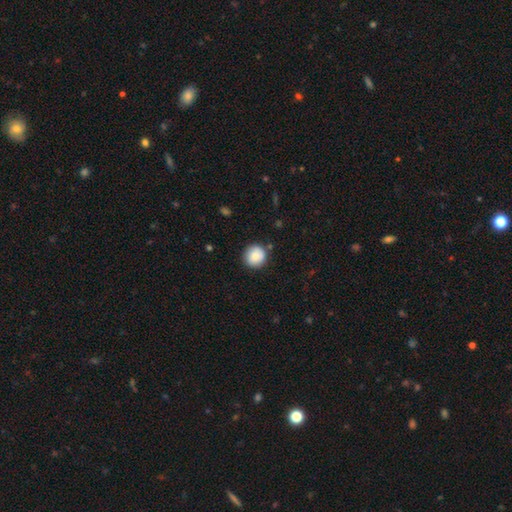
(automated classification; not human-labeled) Q: Smooth or featured?
A: smooth (85%); runner-up: star or artifact (8%)
Q: How rounded?
A: round (94%); runner-up: in between (5%)
Q: Merging?
A: none (87%); runner-up: minor disturbance (9%)